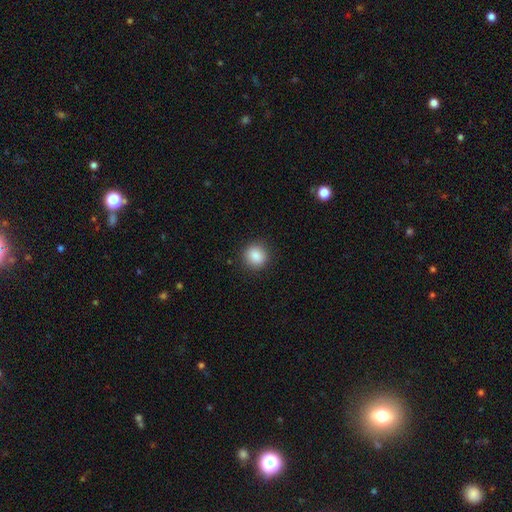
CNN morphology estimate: Smooth or featured? Predicted: smooth (p=0.88). How rounded? Predicted: round (p=0.90). Merging? Predicted: none (p=0.90).